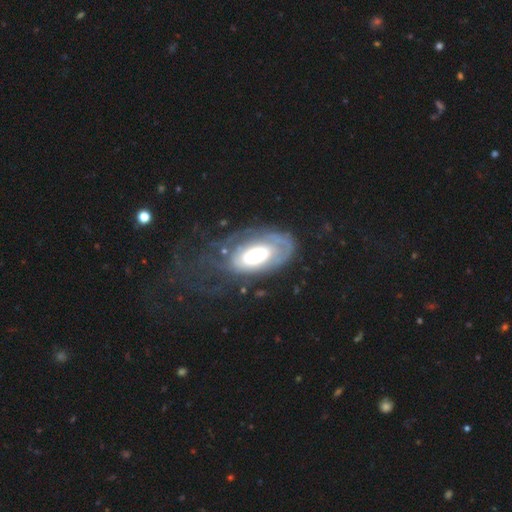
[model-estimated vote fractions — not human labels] smooth_or_featured: featured or disk (p=0.74) [alt: smooth p=0.20]
disk_edge_on: no (p=0.94) [alt: yes p=0.06]
bar: no (p=0.81) [alt: weak p=0.14]
has_spiral_arms: yes (p=0.67) [alt: no p=0.33]
bulge_size: moderate (p=0.58) [alt: large p=0.25]
merging: none (p=0.51) [alt: major disturbance p=0.25]